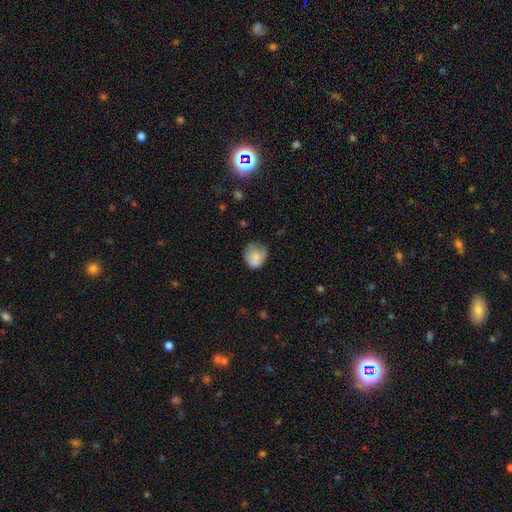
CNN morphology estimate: smooth-or-featured: smooth: 68% | featured or disk: 23% | star or artifact: 9%
  how-rounded: round: 66% | in between: 33% | cigar-shaped: 1%
  merging: none: 46% | minor disturbance: 31% | major disturbance: 16% | merger: 7%